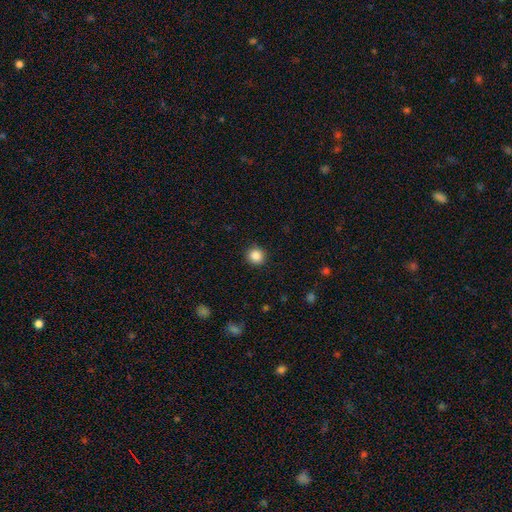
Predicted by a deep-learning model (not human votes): smooth 86%, star or artifact 10%, featured or disk 4%. Down the decision tree: how rounded — round (92%); merging — none (91%).